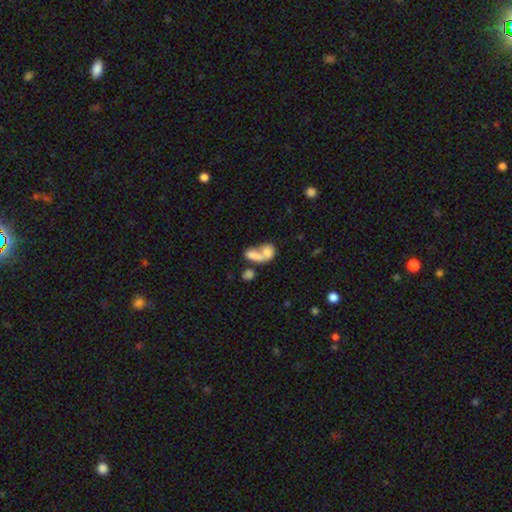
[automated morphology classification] A smooth galaxy with no disk features (76%) that is in between round and cigar-shaped (75%). Merging: merger (67%).